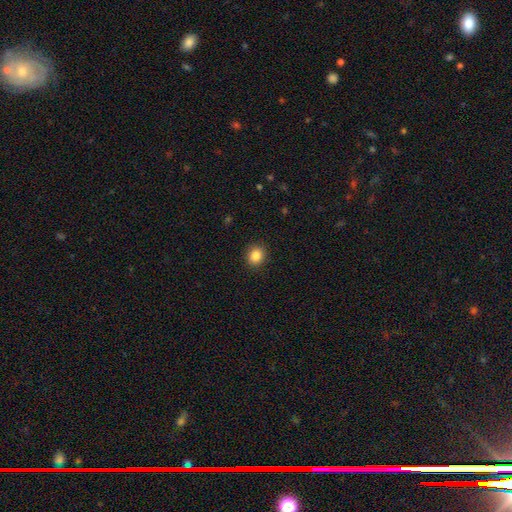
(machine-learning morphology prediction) This is clearly a smooth galaxy (86%). How rounded: clearly round (80%). Merging: clearly none (90%).